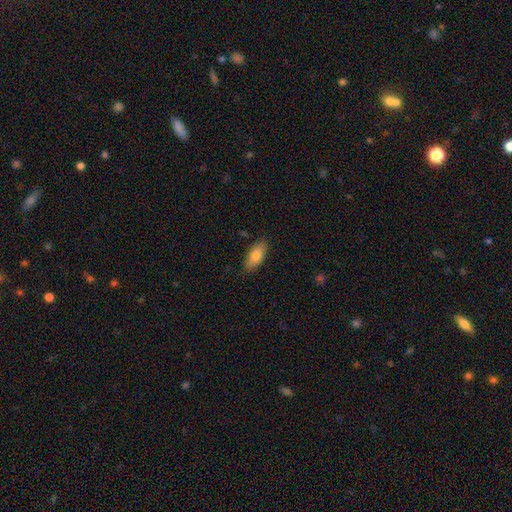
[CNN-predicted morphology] A smooth galaxy with no disk features (77%) that is in between round and cigar-shaped (79%).

Vote fractions:
- Smooth or featured? smooth: 77% / featured or disk: 16% / star or artifact: 7%
- How rounded? in between: 79% / cigar-shaped: 18% / round: 3%
- Merging? none: 86% / minor disturbance: 11% / major disturbance: 2% / merger: 1%